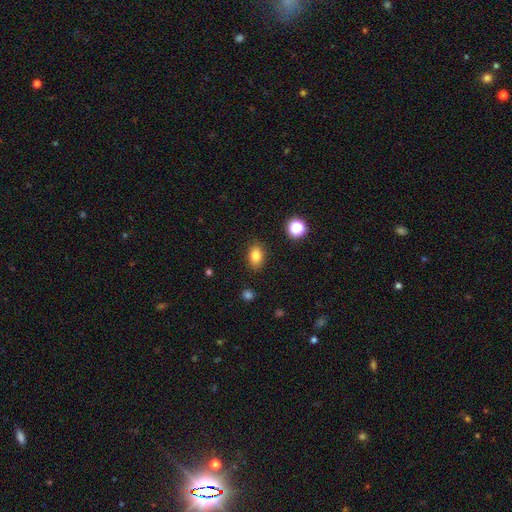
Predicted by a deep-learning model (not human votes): This appears to be a smooth galaxy with no disk features (82%) that is in between round and cigar-shaped (80%). Merging: none (87%).